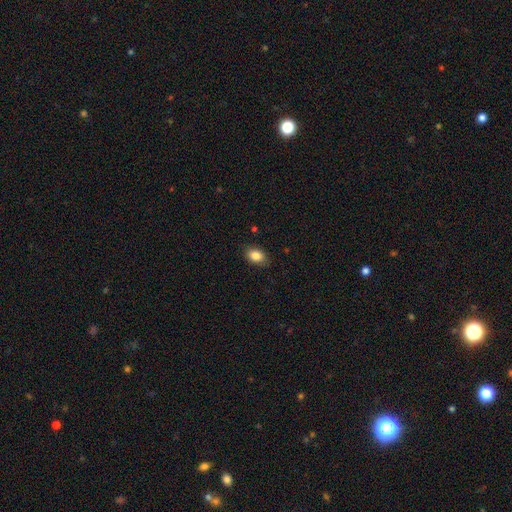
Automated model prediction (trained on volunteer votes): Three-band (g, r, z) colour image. It shows a smooth galaxy with no disk features (86%) that is in between round and cigar-shaped (81%). Merging: none (84%).